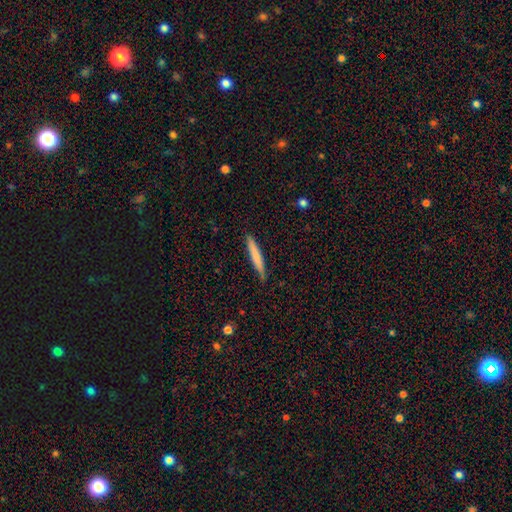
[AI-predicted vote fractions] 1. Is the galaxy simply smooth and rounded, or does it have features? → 73% smooth, 22% featured or disk, 6% star or artifact.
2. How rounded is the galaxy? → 95% cigar-shaped, 4% in between, 1% round.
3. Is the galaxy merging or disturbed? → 83% none, 14% minor disturbance, 2% major disturbance, 1% merger.